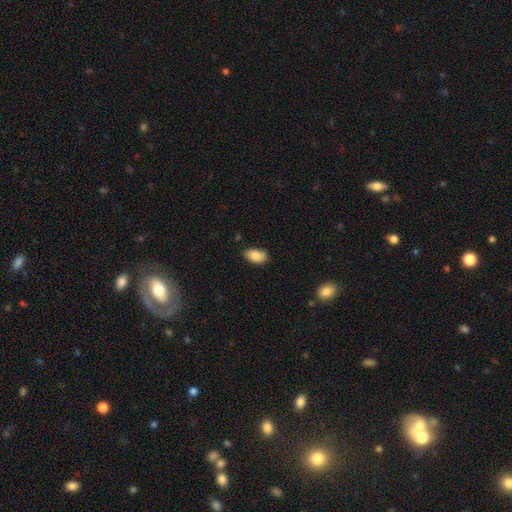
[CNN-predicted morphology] type=smooth (87%); roundness=in between (93%); merging=none (78%).